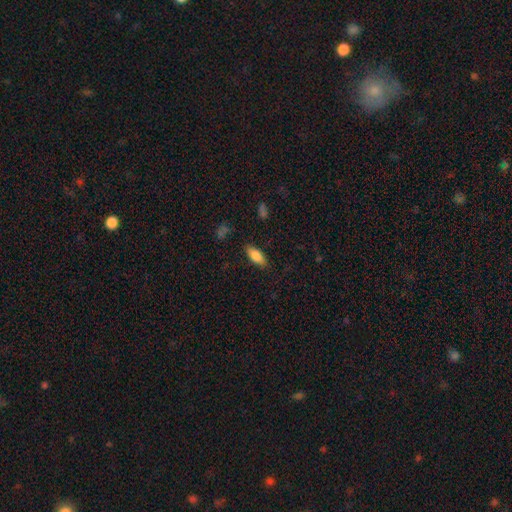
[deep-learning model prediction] Morphology: type=smooth (81%); roundness=in between (81%); merging=none (84%).